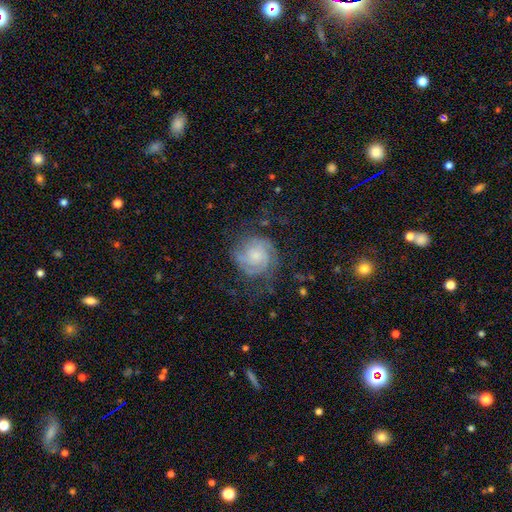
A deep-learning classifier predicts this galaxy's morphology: smooth_or_featured: featured or disk (p=0.76) [alt: smooth p=0.17]
disk_edge_on: no (p=0.98) [alt: yes p=0.02]
bar: no (p=0.66) [alt: weak p=0.29]
has_spiral_arms: yes (p=0.94) [alt: no p=0.06]
spiral_winding: tight (p=0.60) [alt: medium p=0.32]
spiral_arm_count: 2 (p=0.35) [alt: can't tell p=0.26]
bulge_size: small (p=0.53) [alt: moderate p=0.29]
merging: none (p=0.65) [alt: minor disturbance p=0.19]